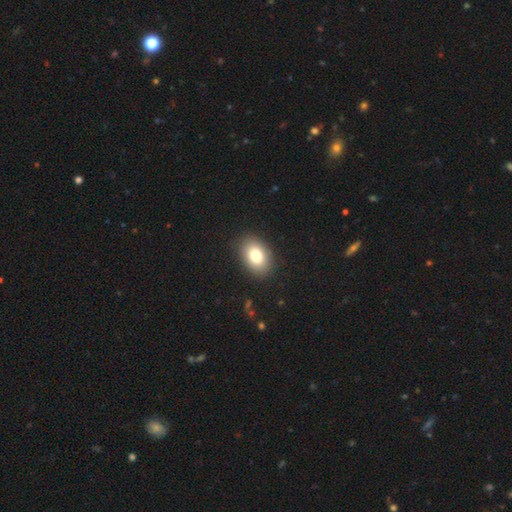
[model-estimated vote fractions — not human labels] Smooth or featured: smooth — 81% (featured or disk — 11%)
How rounded: in between — 83% (round — 15%)
Merging: none — 88% (minor disturbance — 8%)